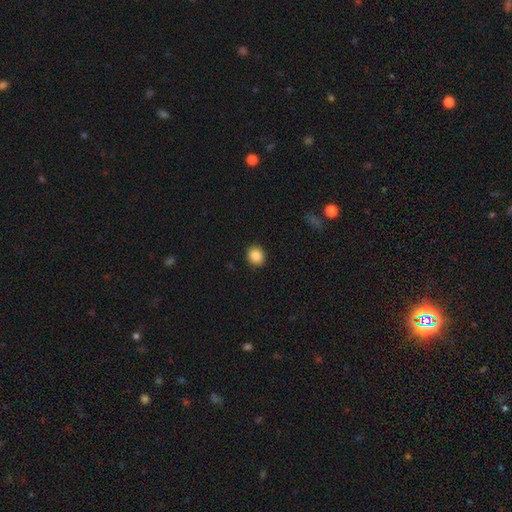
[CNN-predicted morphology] Smooth or featured?
  - smooth: 88% *
  - star or artifact: 9%
  - featured or disk: 3%
How rounded?
  - round: 84% *
  - in between: 15%
  - cigar-shaped: 1%
Merging?
  - none: 91% *
  - minor disturbance: 6%
  - major disturbance: 2%
  - merger: 1%